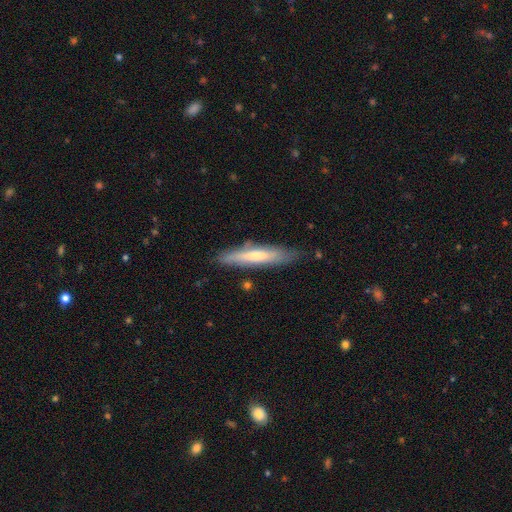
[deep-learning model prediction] Q: Smooth or featured?
A: smooth (57%); runner-up: featured or disk (37%)
Q: How rounded?
A: cigar-shaped (87%); runner-up: in between (12%)
Q: Merging?
A: none (76%); runner-up: minor disturbance (18%)